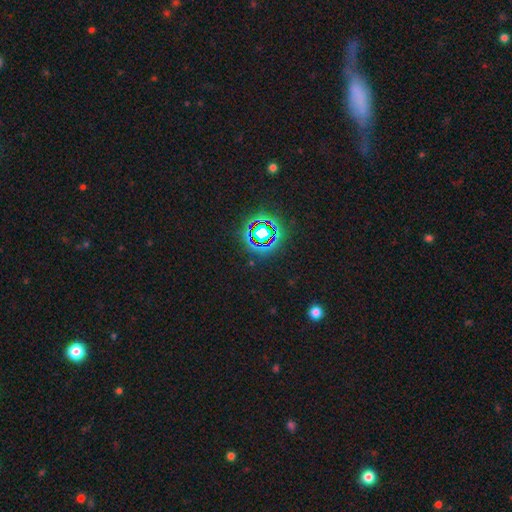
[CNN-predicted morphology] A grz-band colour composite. It shows a star or artifact, not a galaxy (70%).